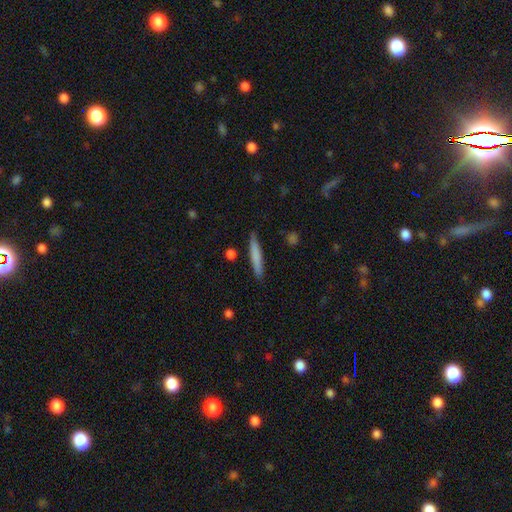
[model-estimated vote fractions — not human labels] Q: Smooth or featured?
A: smooth (73%); runner-up: featured or disk (22%)
Q: How rounded?
A: cigar-shaped (94%); runner-up: in between (4%)
Q: Merging?
A: none (88%); runner-up: minor disturbance (9%)